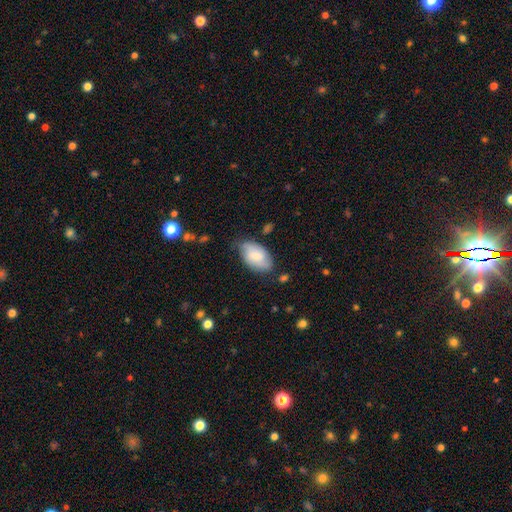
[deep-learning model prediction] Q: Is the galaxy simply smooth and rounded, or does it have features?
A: smooth — 65%.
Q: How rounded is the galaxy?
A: in between — 93%.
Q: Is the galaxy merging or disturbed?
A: none — 65%.